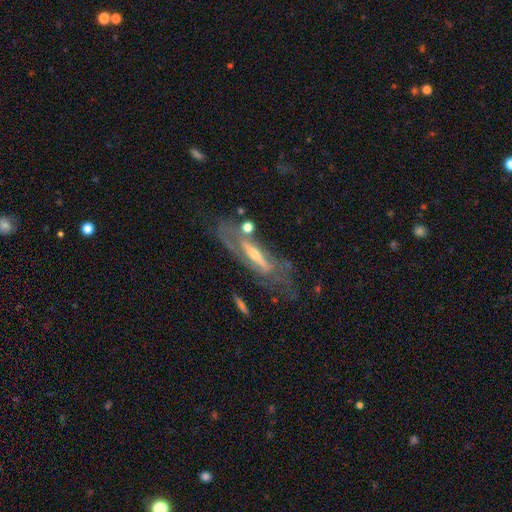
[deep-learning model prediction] Smooth or featured: featured or disk — 80% (smooth — 14%)
Edge-on disk: no — 59% (yes — 41%)
Merging: none — 54% (minor disturbance — 21%)